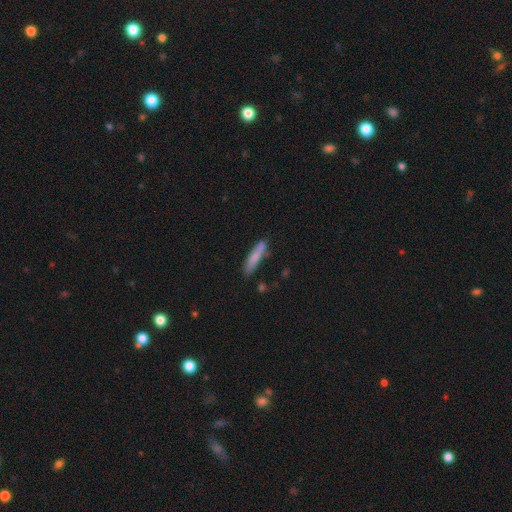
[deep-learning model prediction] Smooth or featured? Predicted: smooth (p=0.75). How rounded? Predicted: cigar-shaped (p=0.87). Merging? Predicted: none (p=0.73).